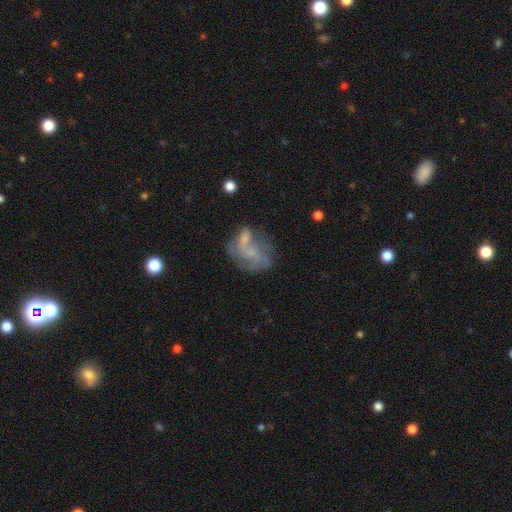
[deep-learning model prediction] Smooth or featured: featured or disk — 62% (smooth — 28%)
Edge-on disk: no — 98% (yes — 2%)
Bar: no — 68% (weak — 26%)
Spiral arms: yes — 60% (no — 40%)
Bulge size: none — 48% (small — 32%)
Merging: none — 32% (major disturbance — 26%)